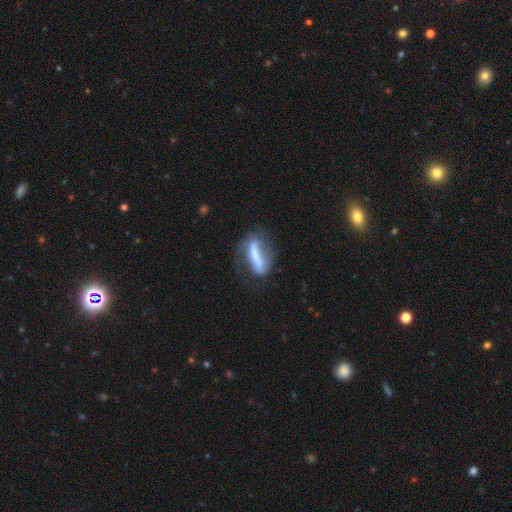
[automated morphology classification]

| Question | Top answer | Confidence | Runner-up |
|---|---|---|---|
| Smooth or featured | smooth | 46% | featured or disk (45%) |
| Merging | none | 45% | minor disturbance (26%) |